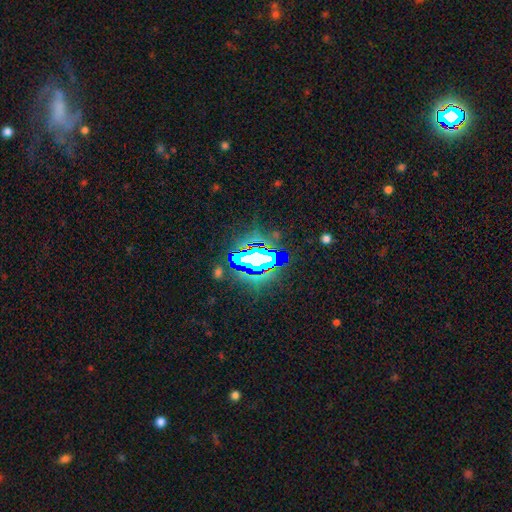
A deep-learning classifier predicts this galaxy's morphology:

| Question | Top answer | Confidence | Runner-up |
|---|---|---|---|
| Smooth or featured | star or artifact | 76% | smooth (14%) |